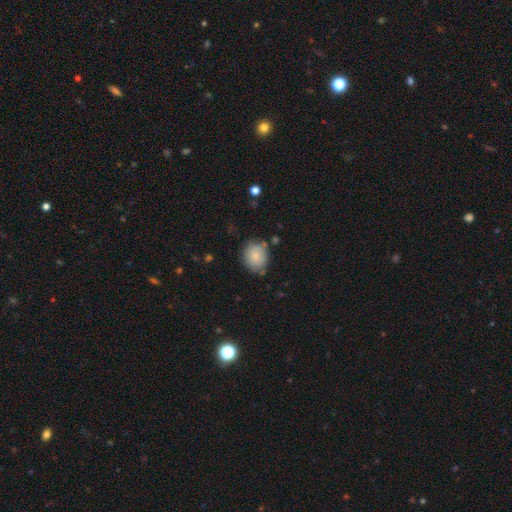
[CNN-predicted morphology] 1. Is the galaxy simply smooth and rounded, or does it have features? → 82% smooth, 10% featured or disk, 8% star or artifact.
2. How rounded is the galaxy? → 62% round, 38% in between, 1% cigar-shaped.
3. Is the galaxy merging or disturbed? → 72% none, 19% minor disturbance, 5% merger, 4% major disturbance.